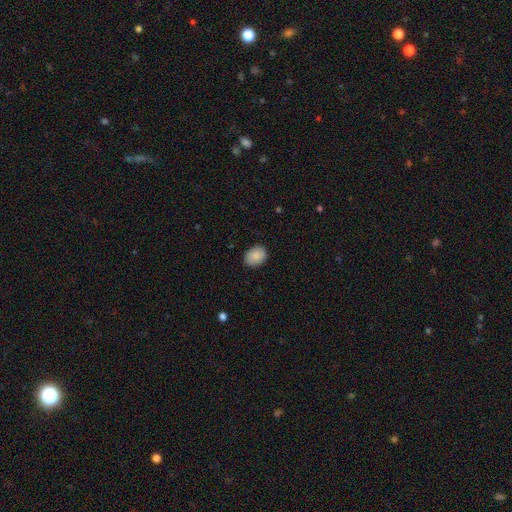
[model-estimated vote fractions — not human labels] Smooth or featured?
  - smooth: 89% *
  - star or artifact: 7%
  - featured or disk: 4%
How rounded?
  - in between: 69% *
  - round: 30%
  - cigar-shaped: 1%
Merging?
  - none: 87% *
  - minor disturbance: 10%
  - major disturbance: 2%
  - merger: 1%